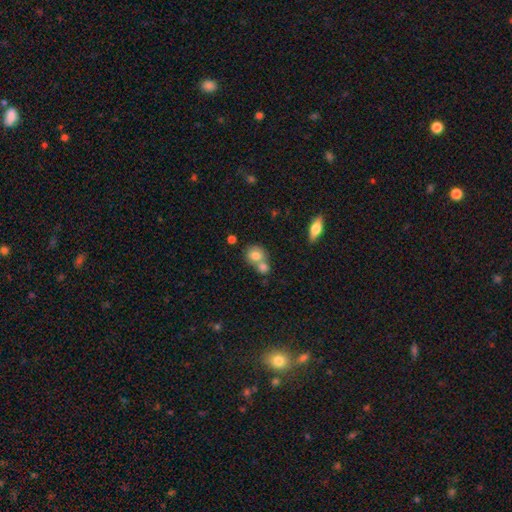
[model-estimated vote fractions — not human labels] Morphology: type=smooth (78%); roundness=round (69%); merging=merger (52%).